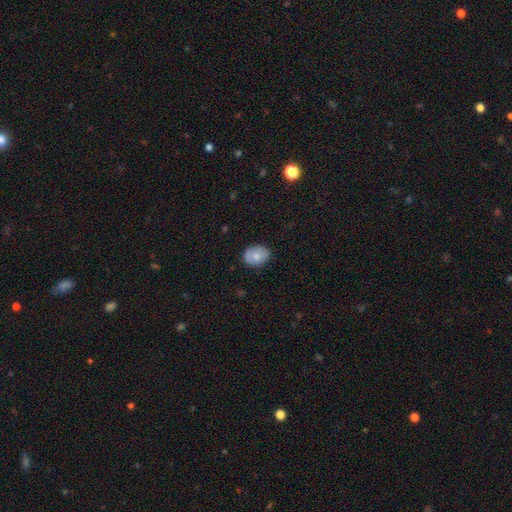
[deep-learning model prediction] The model was most divided on "how rounded": in between: 66%, round: 33%, cigar-shaped: 1%. More confident: merging — none (80%); smooth or featured — smooth (74%).